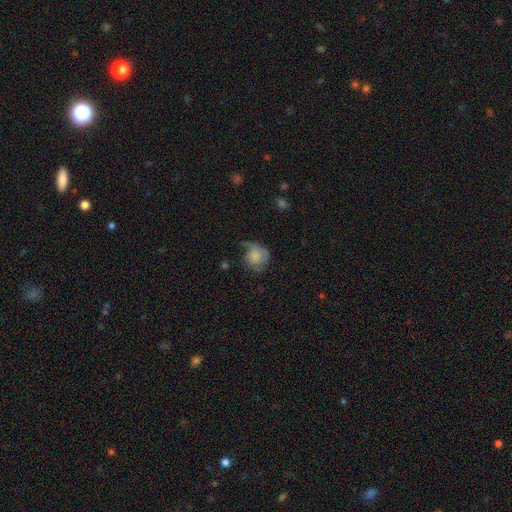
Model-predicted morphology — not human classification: A smooth galaxy with no disk features (63%) that is round (75%). Merging: none (34%).